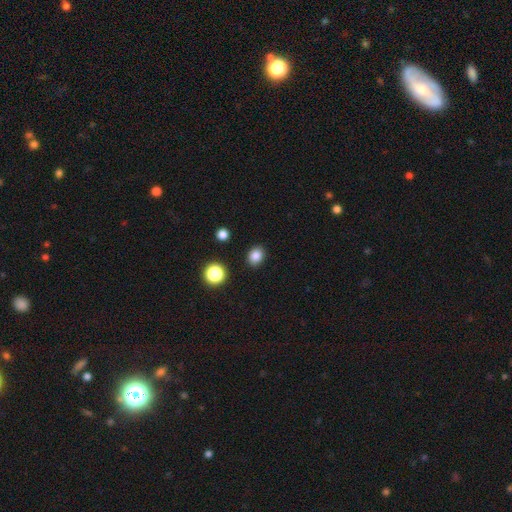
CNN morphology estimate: This is clearly a smooth galaxy (84%). How rounded: possibly round (53%). Merging: clearly none (89%).